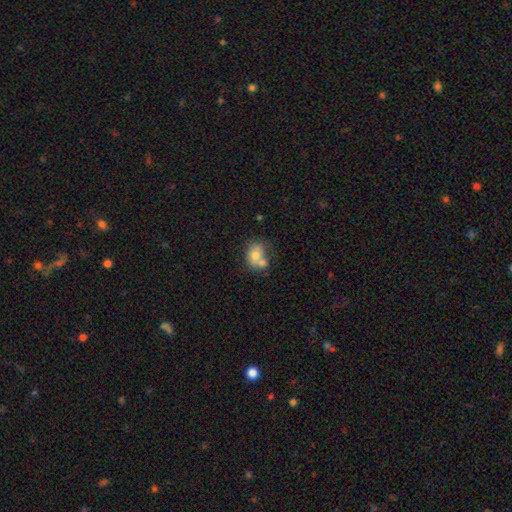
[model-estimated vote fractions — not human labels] Smooth or featured? smooth (70%)
How rounded? in between (54%)
Merging? merger (47%)